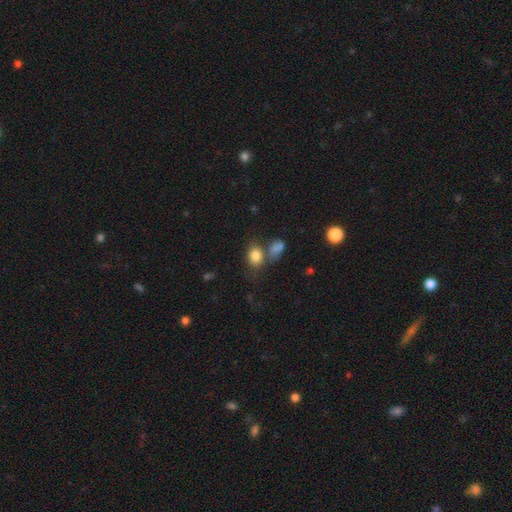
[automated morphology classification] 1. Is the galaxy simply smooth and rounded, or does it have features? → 82% smooth, 10% star or artifact, 8% featured or disk.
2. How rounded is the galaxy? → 59% in between, 40% round, 1% cigar-shaped.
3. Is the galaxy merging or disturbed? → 57% none, 22% merger, 15% minor disturbance, 6% major disturbance.